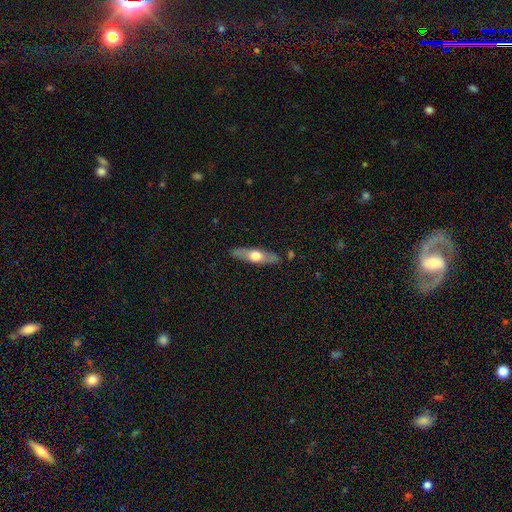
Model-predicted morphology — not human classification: A featured or disk galaxy (50%) viewed edge-on (81%). Merging: none (86%).